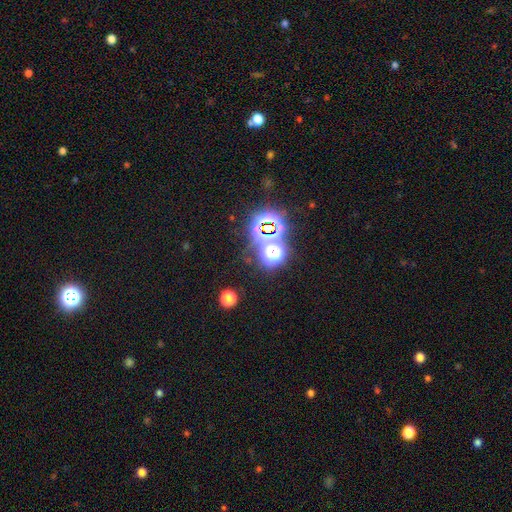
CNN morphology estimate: A star or artifact, not a galaxy (77%).

Vote fractions:
- Smooth or featured? star or artifact: 77% / smooth: 16% / featured or disk: 7%